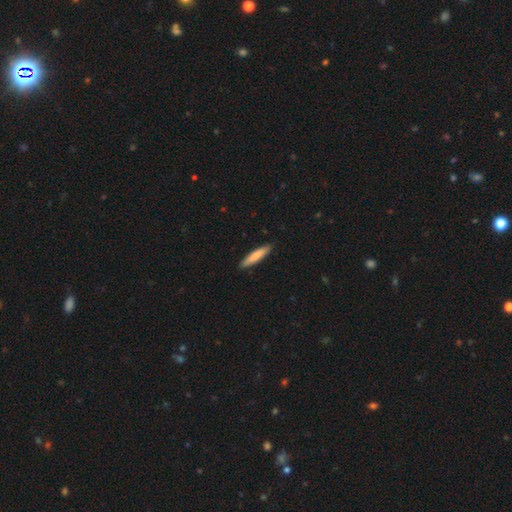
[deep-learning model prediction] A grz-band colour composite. It shows a smooth galaxy with no disk features (77%) that is cigar-shaped (88%). Merging: none (90%).